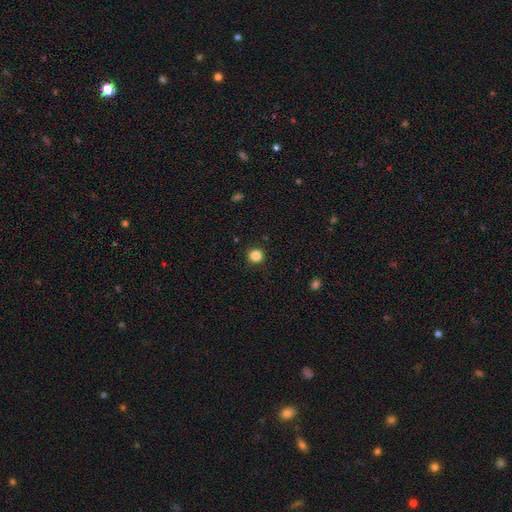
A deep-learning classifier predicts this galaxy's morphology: A smooth galaxy with no disk features (84%) that is round (94%).

Vote fractions:
- Smooth or featured? smooth: 84% / star or artifact: 12% / featured or disk: 4%
- How rounded? round: 94% / in between: 5% / cigar-shaped: 1%
- Merging? none: 92% / minor disturbance: 5% / major disturbance: 2% / merger: 1%